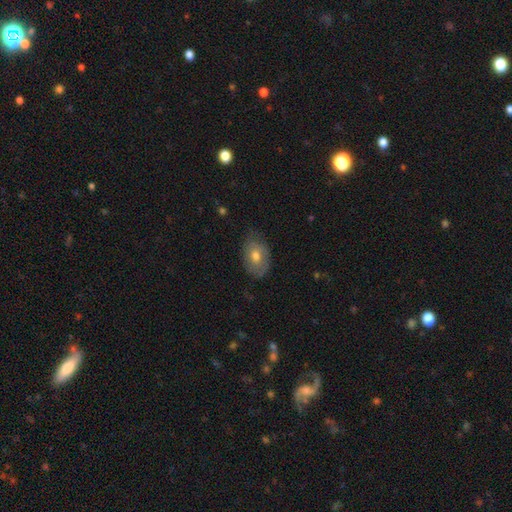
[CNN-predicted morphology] Smooth or featured: smooth — 65% (featured or disk — 27%)
How rounded: in between — 83% (round — 16%)
Merging: none — 66% (minor disturbance — 27%)